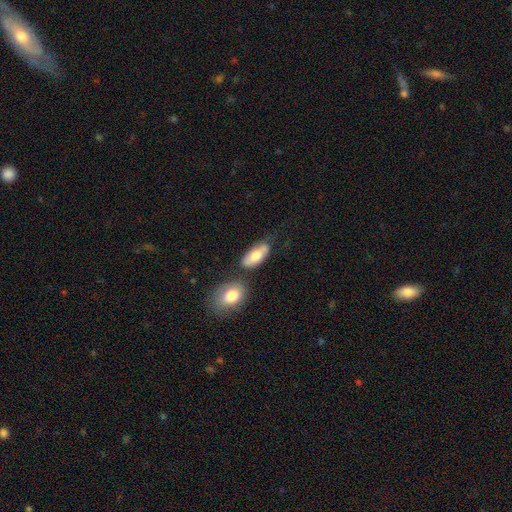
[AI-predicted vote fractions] This appears to be a smooth galaxy with no disk features (68%) that is in between round and cigar-shaped (86%). Merging: none (52%).